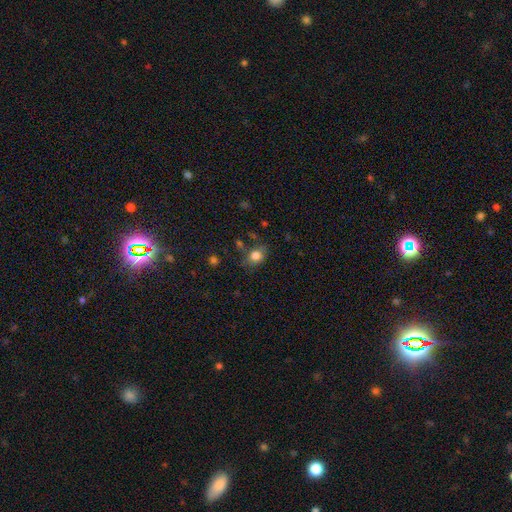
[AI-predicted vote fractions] The model was most divided on "how rounded": in between: 61%, round: 38%, cigar-shaped: 1%. More confident: smooth or featured — smooth (81%); merging — none (67%).